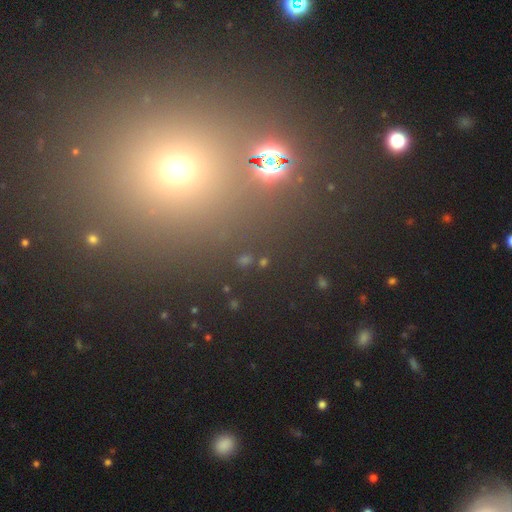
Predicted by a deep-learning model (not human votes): The model was most divided on "smooth or featured": star or artifact: 58%, smooth: 34%, featured or disk: 8%.